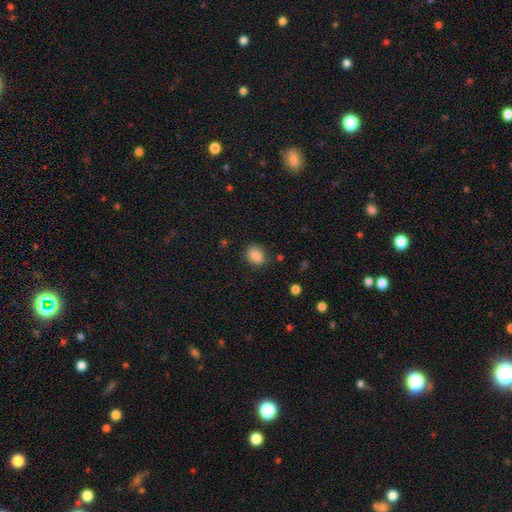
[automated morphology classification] This is clearly a smooth galaxy (86%). How rounded: possibly in between (54%). Merging: likely none (79%).